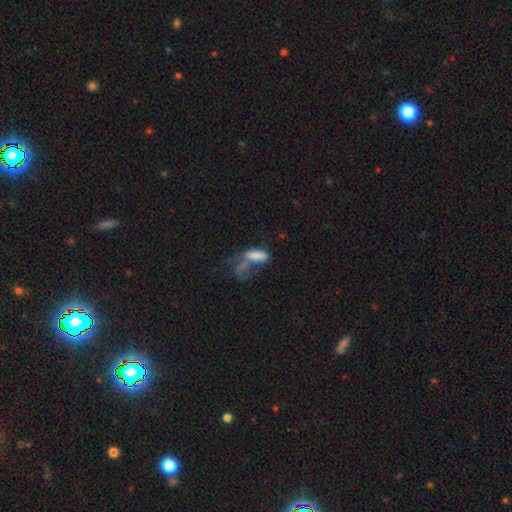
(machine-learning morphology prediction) A smooth galaxy with no disk features (64%) that is in between round and cigar-shaped (68%). Merging: major disturbance (37%).